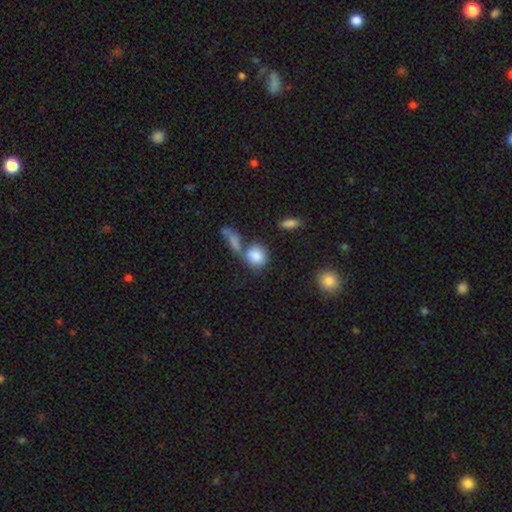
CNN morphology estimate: Smooth or featured: smooth — 82% (featured or disk — 10%)
How rounded: round — 66% (in between — 31%)
Merging: merger — 40% (none — 39%)